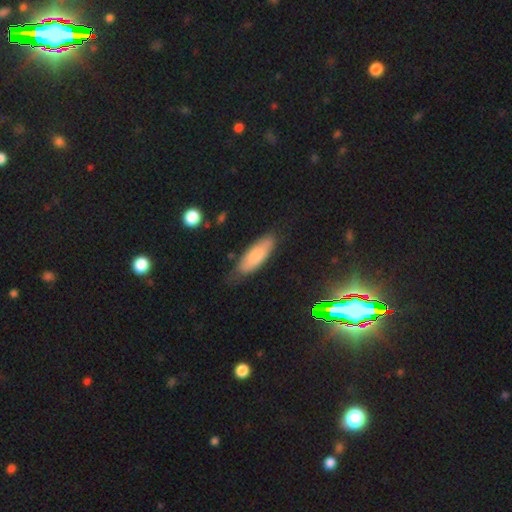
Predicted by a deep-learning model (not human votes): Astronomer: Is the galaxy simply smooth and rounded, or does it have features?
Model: smooth — 77%.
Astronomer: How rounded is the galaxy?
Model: in between — 61% (runner-up: cigar-shaped, 37%).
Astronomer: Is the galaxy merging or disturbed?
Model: none — 70%.